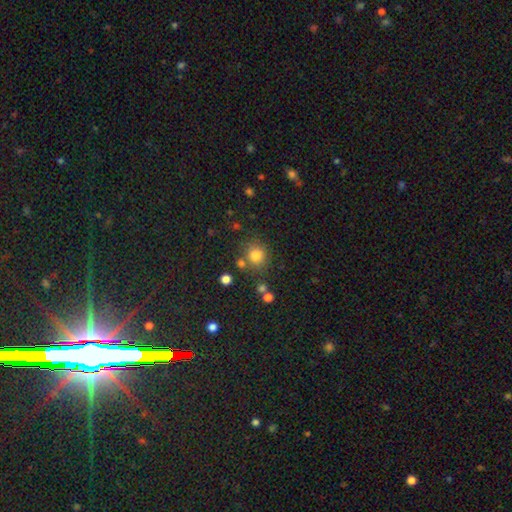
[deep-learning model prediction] Smooth or featured?
  - smooth: 80% *
  - star or artifact: 14%
  - featured or disk: 7%
How rounded?
  - round: 87% *
  - in between: 12%
  - cigar-shaped: 1%
Merging?
  - none: 74% *
  - minor disturbance: 11%
  - merger: 10%
  - major disturbance: 4%